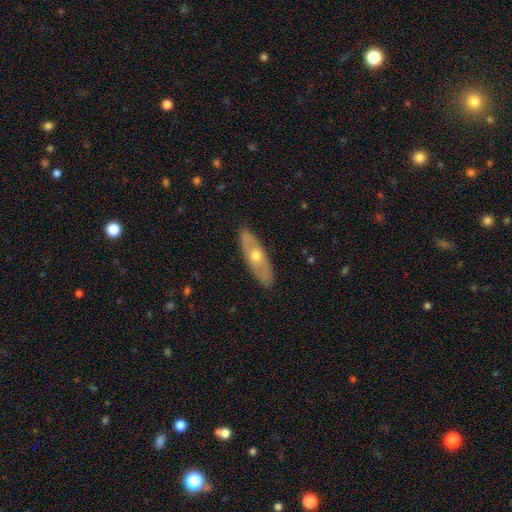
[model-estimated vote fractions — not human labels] The model was most divided on "smooth or featured": featured or disk: 50%, smooth: 44%, star or artifact: 6%. More confident: merging — none (88%); edge-on disk — no (55%).